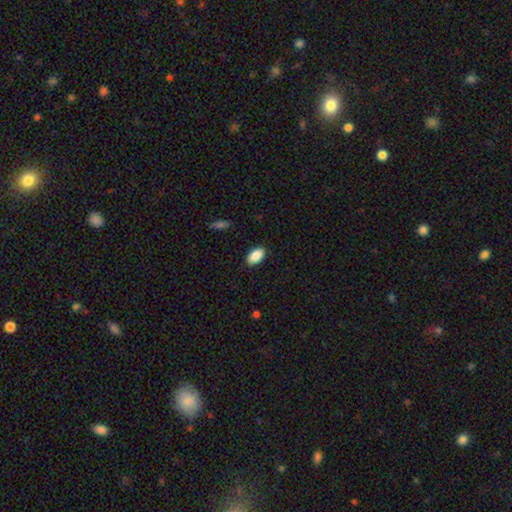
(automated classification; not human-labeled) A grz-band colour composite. It shows a smooth galaxy with no disk features (89%) that is in between round and cigar-shaped (94%). Merging: none (88%).